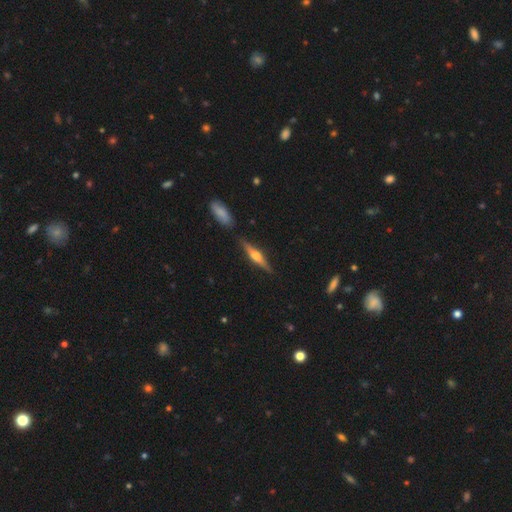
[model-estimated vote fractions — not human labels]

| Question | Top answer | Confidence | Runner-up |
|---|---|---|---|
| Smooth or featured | featured or disk | 68% | smooth (26%) |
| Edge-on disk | yes | 97% | no (3%) |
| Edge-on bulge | rounded | 86% | boxy (10%) |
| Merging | none | 83% | minor disturbance (10%) |